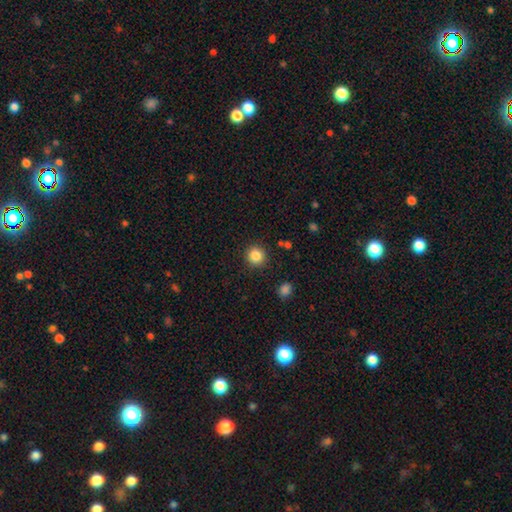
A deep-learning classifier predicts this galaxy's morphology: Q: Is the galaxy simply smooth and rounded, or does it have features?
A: smooth — 85%.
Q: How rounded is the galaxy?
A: round — 93%.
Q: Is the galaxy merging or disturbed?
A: none — 90%.